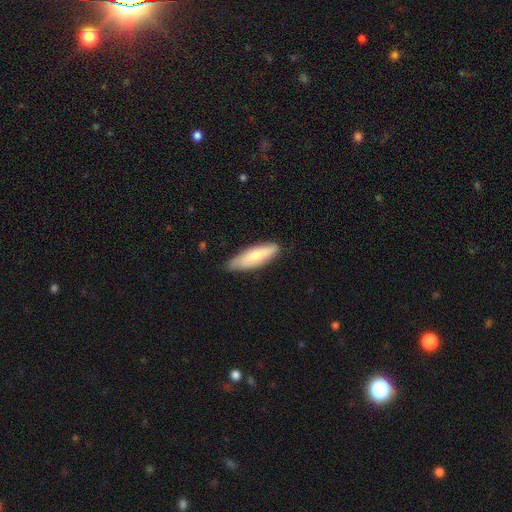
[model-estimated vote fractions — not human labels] Morphology: type=smooth (76%); roundness=cigar-shaped (55%); merging=none (75%).